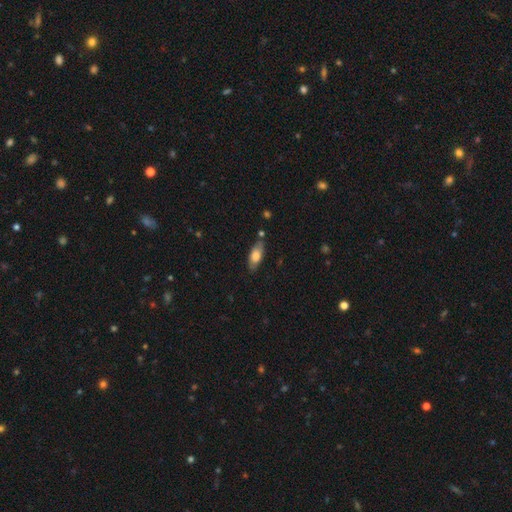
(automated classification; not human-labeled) smooth-or-featured: smooth: 71% | featured or disk: 22% | star or artifact: 6%
  how-rounded: in between: 76% | cigar-shaped: 21% | round: 2%
  merging: none: 77% | minor disturbance: 16% | merger: 4% | major disturbance: 3%